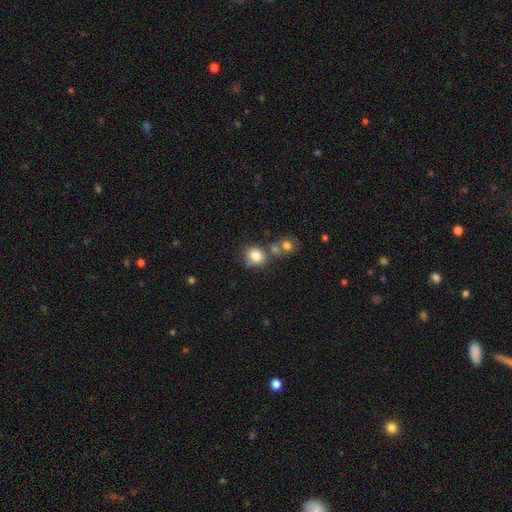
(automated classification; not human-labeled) smooth-or-featured: smooth: 82% | star or artifact: 10% | featured or disk: 8%
  how-rounded: round: 68% | in between: 31% | cigar-shaped: 1%
  merging: none: 59% | merger: 22% | minor disturbance: 14% | major disturbance: 5%